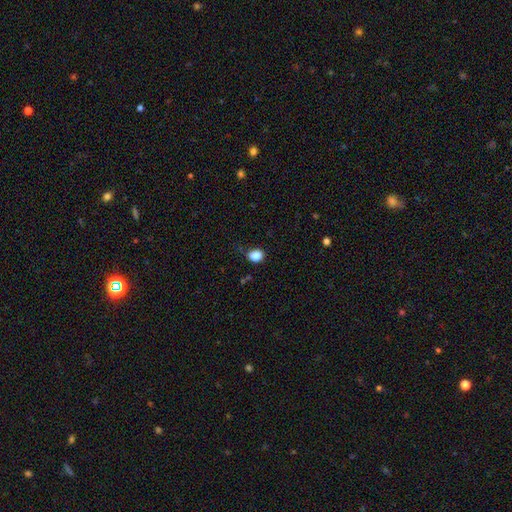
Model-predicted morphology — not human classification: smooth 86%, star or artifact 10%, featured or disk 4%. Down the decision tree: how rounded — round (51%); merging — none (64%).